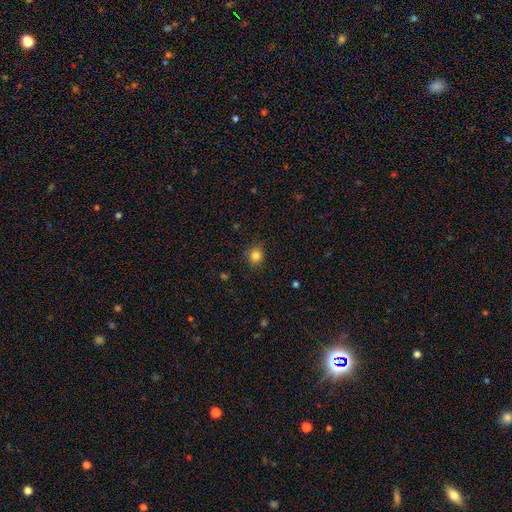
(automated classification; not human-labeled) smooth-or-featured: smooth: 82% | star or artifact: 12% | featured or disk: 5%
  how-rounded: round: 83% | in between: 16% | cigar-shaped: 1%
  merging: none: 86% | minor disturbance: 10% | major disturbance: 2% | merger: 1%